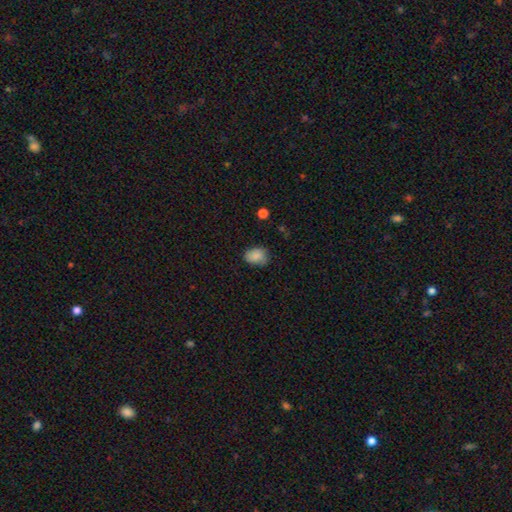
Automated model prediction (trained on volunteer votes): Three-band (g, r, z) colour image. It shows a smooth galaxy with no disk features (85%) that is in between round and cigar-shaped (68%). Merging: none (66%).